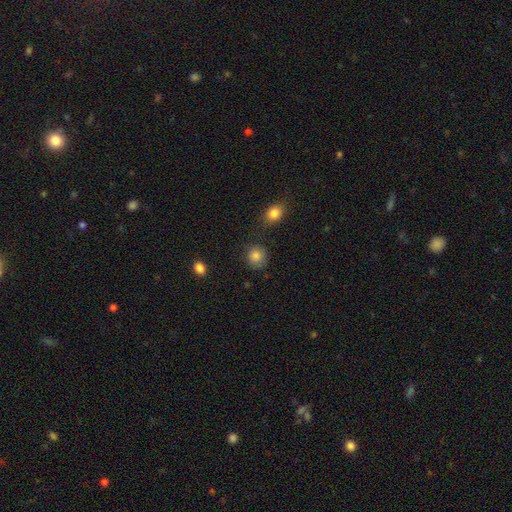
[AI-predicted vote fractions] Morphology: type=smooth (86%); roundness=round (85%); merging=none (80%).